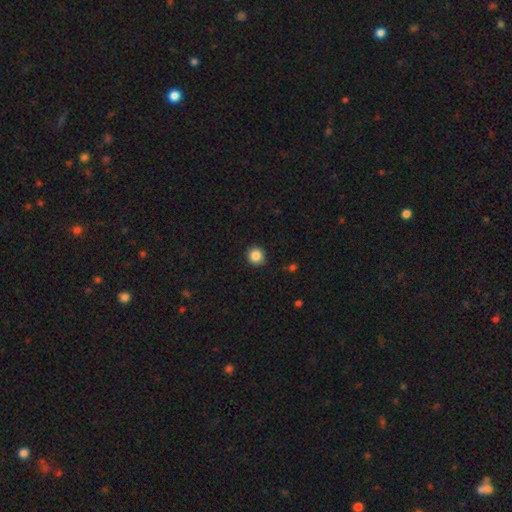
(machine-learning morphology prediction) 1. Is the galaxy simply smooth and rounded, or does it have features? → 87% smooth, 10% star or artifact, 3% featured or disk.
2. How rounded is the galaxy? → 93% round, 6% in between, 1% cigar-shaped.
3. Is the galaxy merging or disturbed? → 90% none, 7% minor disturbance, 2% major disturbance, 1% merger.